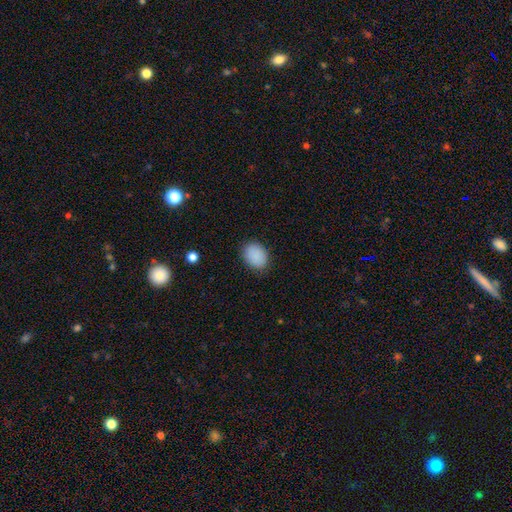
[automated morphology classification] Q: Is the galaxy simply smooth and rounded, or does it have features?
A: smooth — 89%.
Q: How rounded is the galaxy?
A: in between — 70%.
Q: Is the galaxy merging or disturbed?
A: none — 84%.